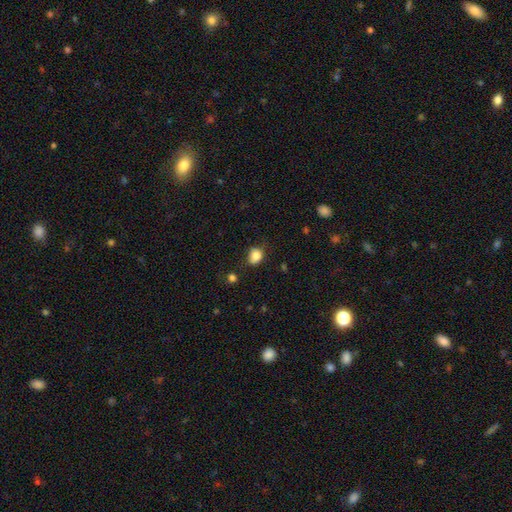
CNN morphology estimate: This is clearly a smooth galaxy (85%). How rounded: possibly round (54%). Merging: likely none (68%).